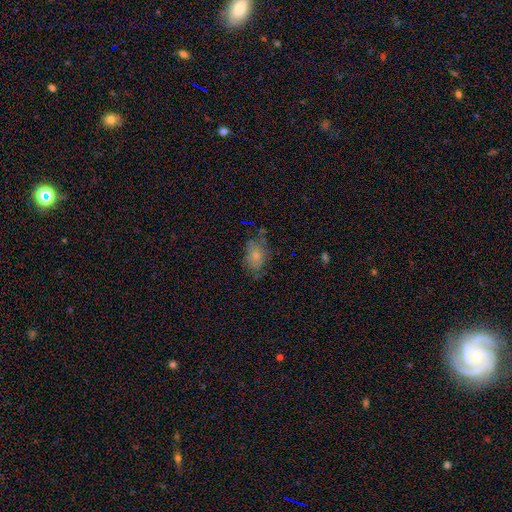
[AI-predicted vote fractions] Smooth or featured? smooth (69%)
How rounded? in between (82%)
Merging? none (54%)